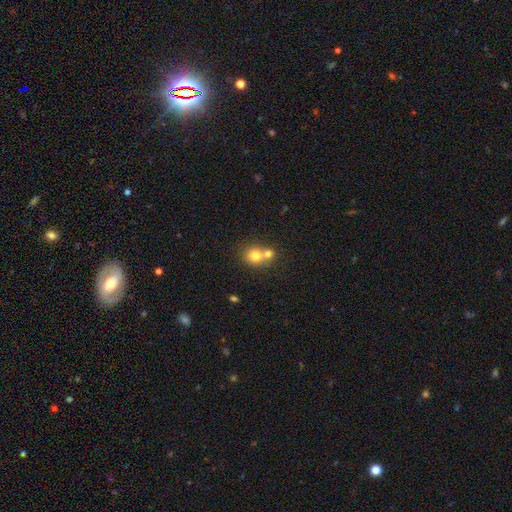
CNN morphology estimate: Q: Smooth or featured?
A: smooth (75%); runner-up: featured or disk (13%)
Q: How rounded?
A: round (79%); runner-up: in between (20%)
Q: Merging?
A: merger (52%); runner-up: none (39%)